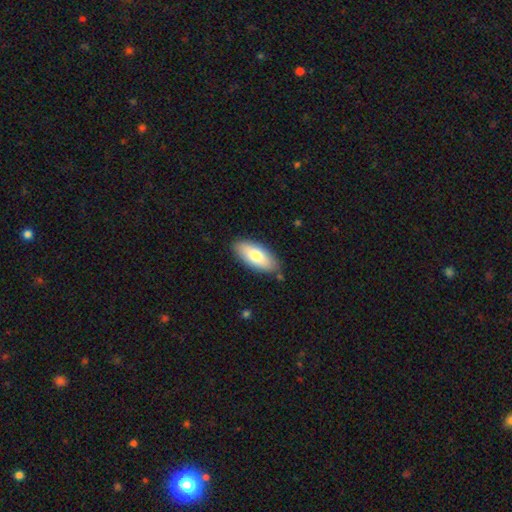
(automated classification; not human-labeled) This is likely a smooth galaxy (74%). How rounded: clearly in between (84%). Merging: clearly none (84%).